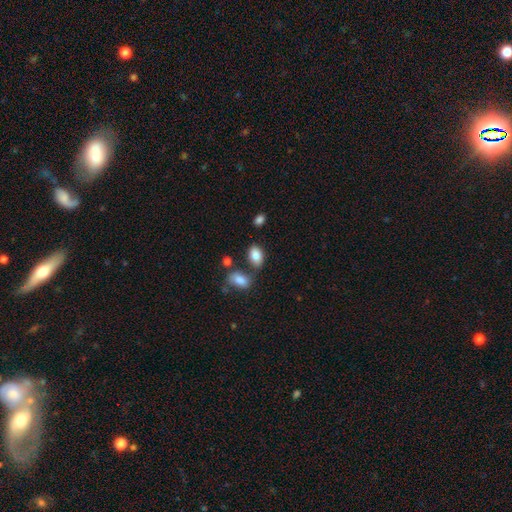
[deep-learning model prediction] Smooth or featured: smooth — 85% (star or artifact — 8%)
How rounded: in between — 89% (round — 9%)
Merging: none — 65% (minor disturbance — 16%)